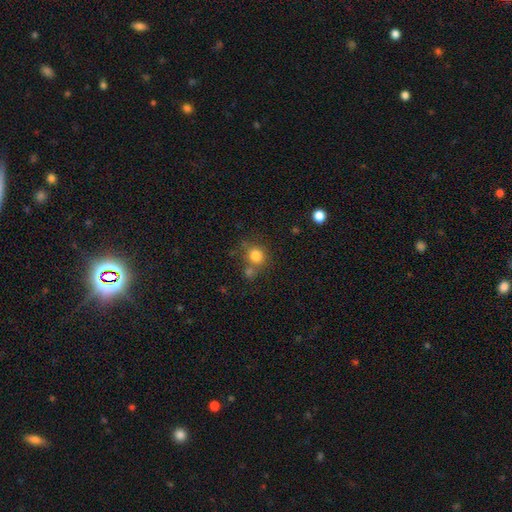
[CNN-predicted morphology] Q: Smooth or featured?
A: smooth (81%); runner-up: star or artifact (12%)
Q: How rounded?
A: round (84%); runner-up: in between (15%)
Q: Merging?
A: none (59%); runner-up: merger (23%)